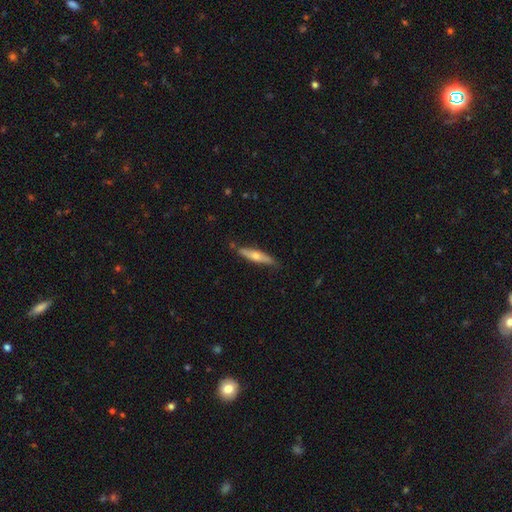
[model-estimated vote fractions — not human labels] Smooth or featured? smooth (51%)
How rounded? cigar-shaped (81%)
Merging? none (81%)